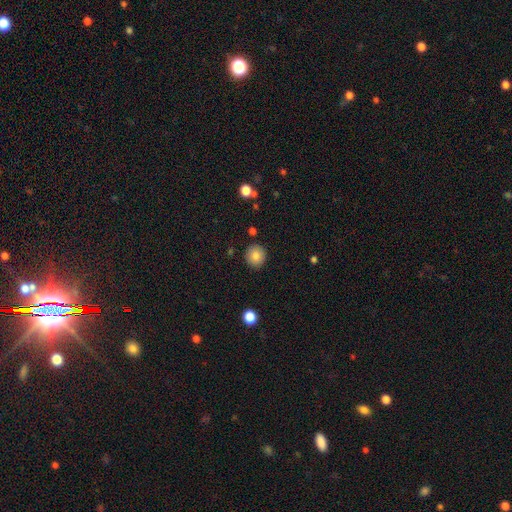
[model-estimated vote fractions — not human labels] smooth-or-featured: smooth: 83% | star or artifact: 9% | featured or disk: 7%
  how-rounded: round: 91% | in between: 8% | cigar-shaped: 1%
  merging: none: 90% | minor disturbance: 7% | major disturbance: 2% | merger: 2%